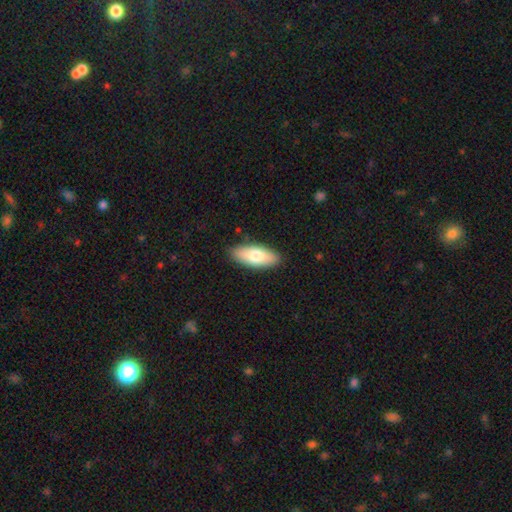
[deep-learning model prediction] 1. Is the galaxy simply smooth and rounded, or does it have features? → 74% smooth, 20% featured or disk, 6% star or artifact.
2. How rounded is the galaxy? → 82% in between, 15% cigar-shaped, 2% round.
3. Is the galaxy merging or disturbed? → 87% none, 9% minor disturbance, 2% major disturbance, 1% merger.